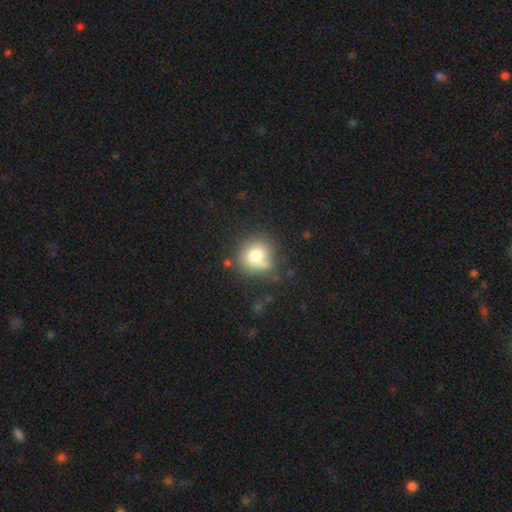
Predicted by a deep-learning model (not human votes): Smooth or featured? Predicted: smooth (p=0.76). How rounded? Predicted: round (p=0.83). Merging? Predicted: none (p=0.58).